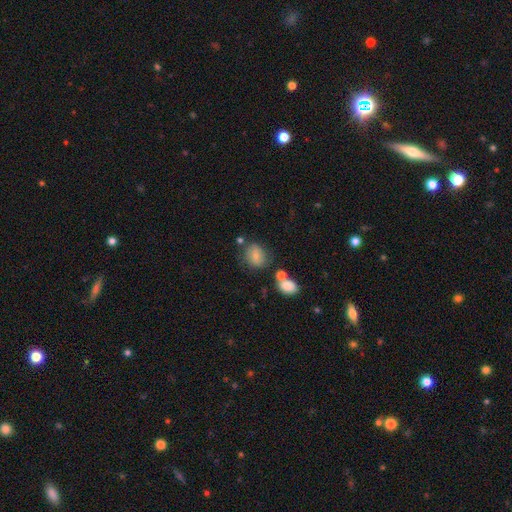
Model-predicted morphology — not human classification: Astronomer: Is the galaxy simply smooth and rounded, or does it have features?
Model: smooth — 72%.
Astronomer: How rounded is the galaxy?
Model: round — 55% (runner-up: in between, 44%).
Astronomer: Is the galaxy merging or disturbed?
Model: none — 62%.